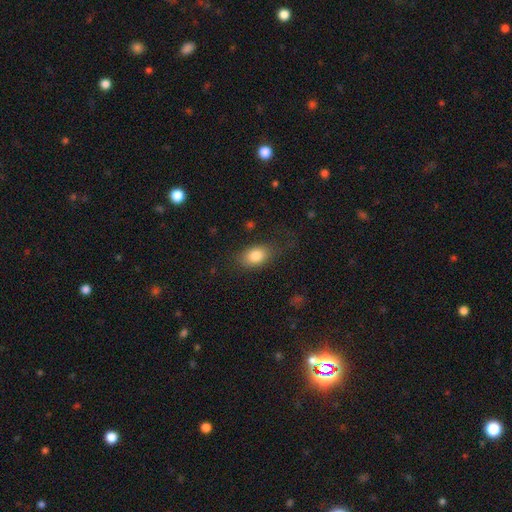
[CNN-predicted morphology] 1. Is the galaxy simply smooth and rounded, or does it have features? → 83% smooth, 9% featured or disk, 8% star or artifact.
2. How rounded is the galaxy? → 83% in between, 15% round, 2% cigar-shaped.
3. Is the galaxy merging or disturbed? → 71% none, 18% minor disturbance, 9% major disturbance, 1% merger.